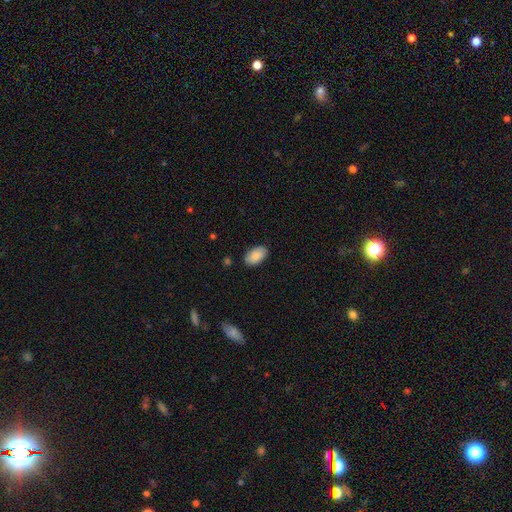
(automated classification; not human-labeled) smooth-or-featured: smooth: 87% | featured or disk: 6% | star or artifact: 6%
  how-rounded: in between: 95% | round: 4% | cigar-shaped: 2%
  merging: none: 86% | minor disturbance: 10% | major disturbance: 2% | merger: 1%